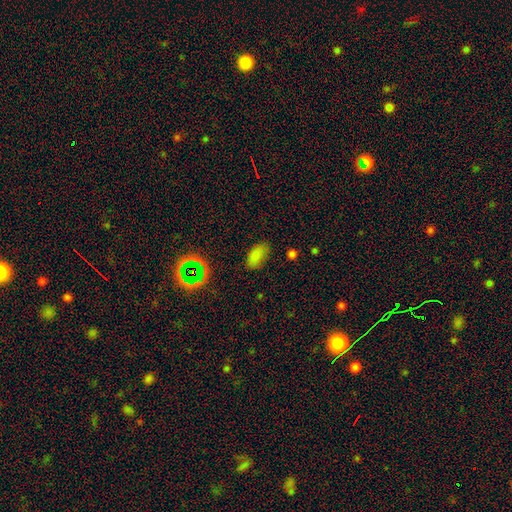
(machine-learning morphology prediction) Smooth or featured? smooth (78%)
How rounded? in between (93%)
Merging? none (80%)